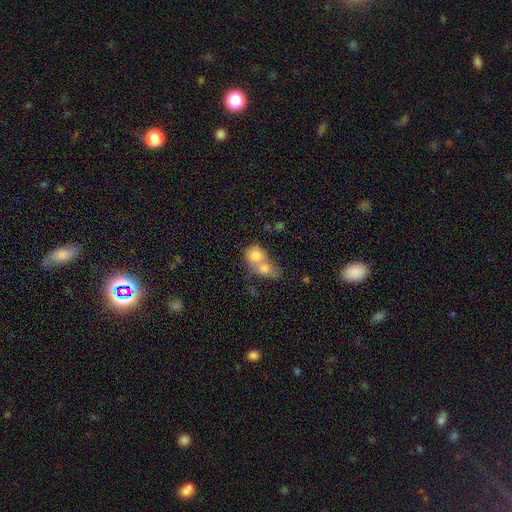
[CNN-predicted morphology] Smooth or featured? Predicted: smooth (p=0.74). How rounded? Predicted: round (p=0.60). Merging? Predicted: merger (p=0.75).